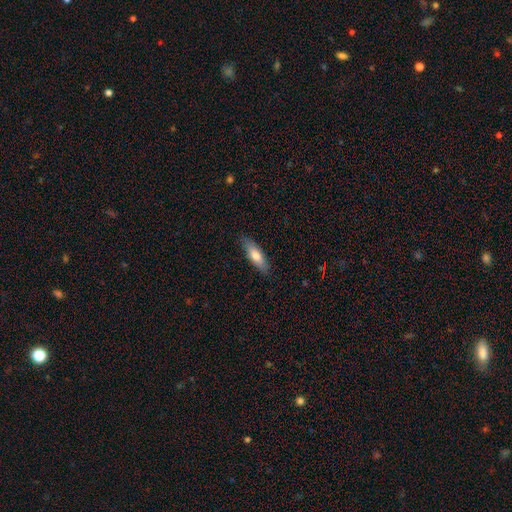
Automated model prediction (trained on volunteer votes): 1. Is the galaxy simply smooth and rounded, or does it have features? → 71% smooth, 23% featured or disk, 6% star or artifact.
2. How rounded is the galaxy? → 50% cigar-shaped, 48% in between, 2% round.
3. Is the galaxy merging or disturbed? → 84% none, 12% minor disturbance, 2% major disturbance, 1% merger.